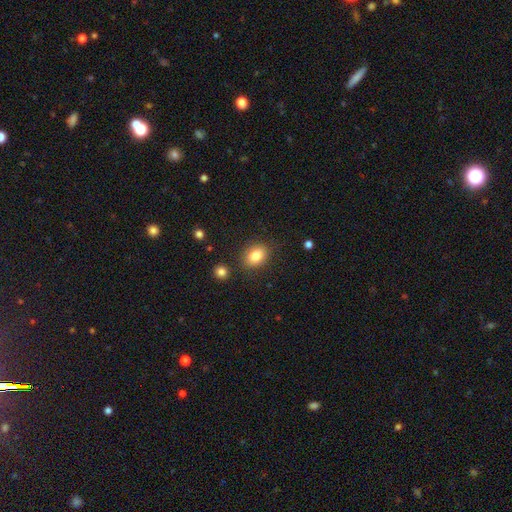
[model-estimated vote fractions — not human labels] Overall: smooth (83%). How rounded: in between (68%; round 31%). Merging: none (84%).